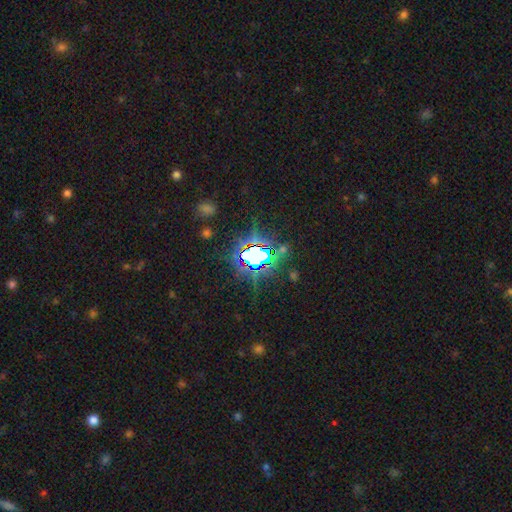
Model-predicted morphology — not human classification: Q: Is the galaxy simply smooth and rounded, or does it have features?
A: star or artifact — 75%.